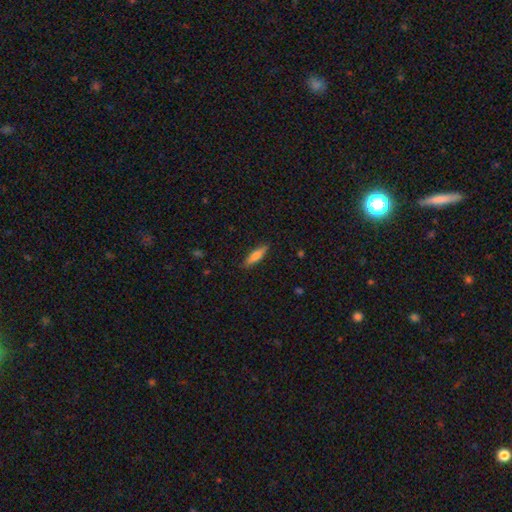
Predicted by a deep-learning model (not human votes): Smooth or featured? smooth (74%)
How rounded? cigar-shaped (68%)
Merging? none (87%)